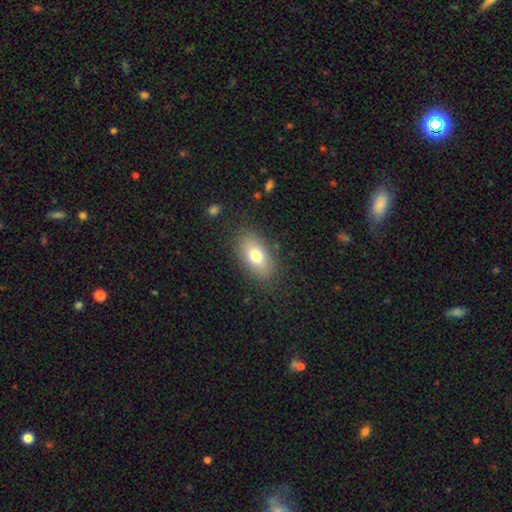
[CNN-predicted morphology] This is likely a smooth galaxy (74%). How rounded: clearly in between (89%). Merging: clearly none (84%).